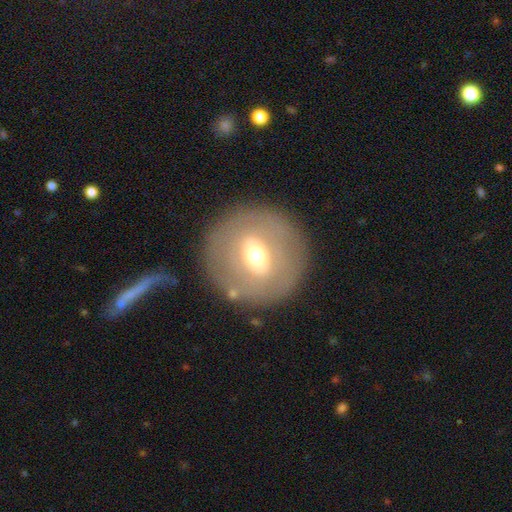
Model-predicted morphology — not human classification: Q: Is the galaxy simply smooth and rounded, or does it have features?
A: featured or disk — 48%.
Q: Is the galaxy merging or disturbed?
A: none — 82%.